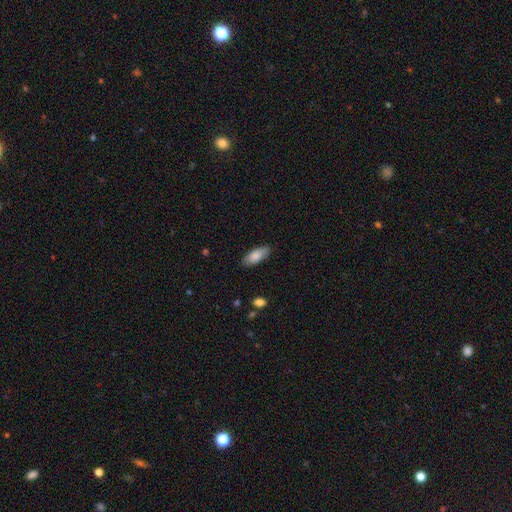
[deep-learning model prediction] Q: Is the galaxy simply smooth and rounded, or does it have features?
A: smooth — 83%.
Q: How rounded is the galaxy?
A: in between — 76%.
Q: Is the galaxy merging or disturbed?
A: none — 85%.